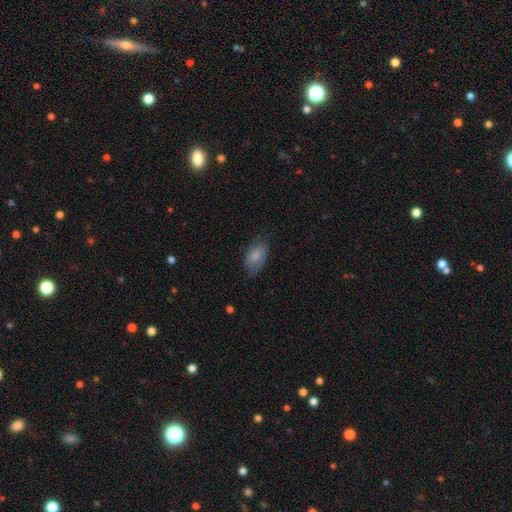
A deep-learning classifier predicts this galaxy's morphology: type=smooth (77%); roundness=in between (92%); merging=none (66%).